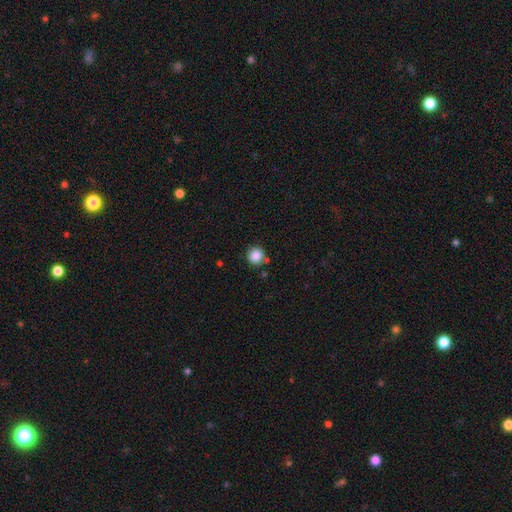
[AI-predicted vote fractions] Overall: smooth (86%). How rounded: round (92%). Merging: none (79%).